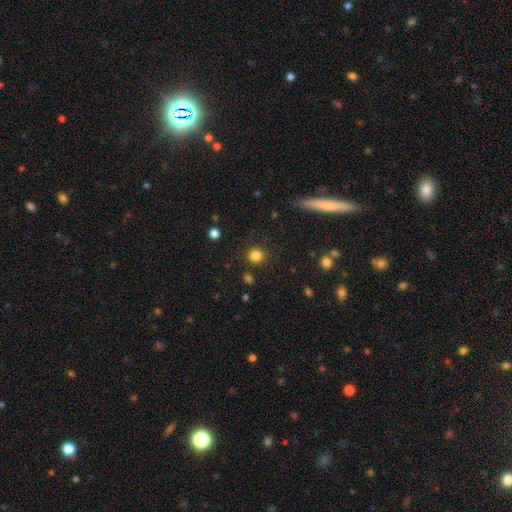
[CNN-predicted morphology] Q: Smooth or featured?
A: smooth (84%); runner-up: star or artifact (12%)
Q: How rounded?
A: round (91%); runner-up: in between (8%)
Q: Merging?
A: none (88%); runner-up: minor disturbance (7%)